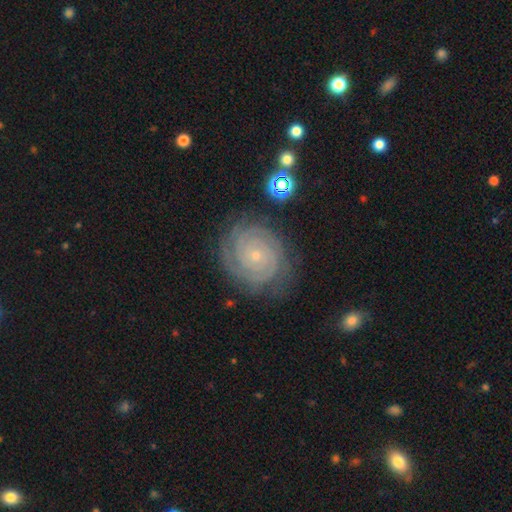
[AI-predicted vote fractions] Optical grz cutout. It shows a featured or disk galaxy (87%) with no bar (82%), 2 (29%) tight (88%) spiral arms (98%) and a small central bulge (85%). Merging: none (81%).